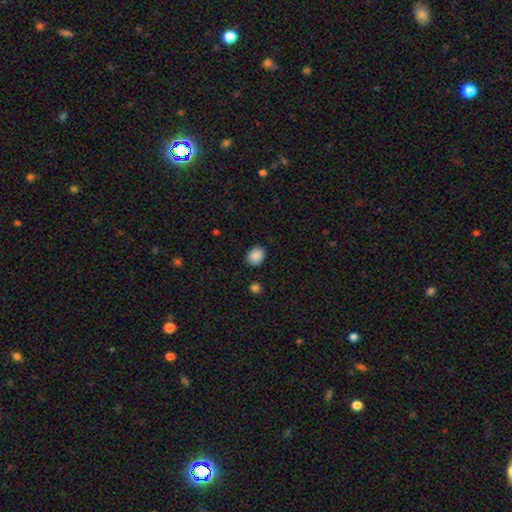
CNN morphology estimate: This appears to be a smooth galaxy with no disk features (89%) that is round (56%). Merging: none (87%).